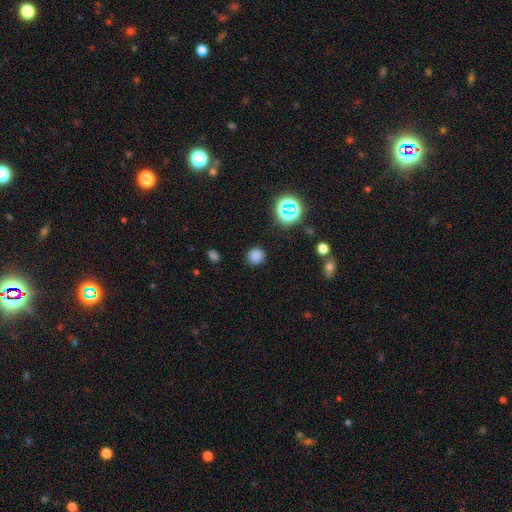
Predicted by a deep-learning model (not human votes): Overall: smooth (78%). How rounded: round (88%). Merging: none (86%).